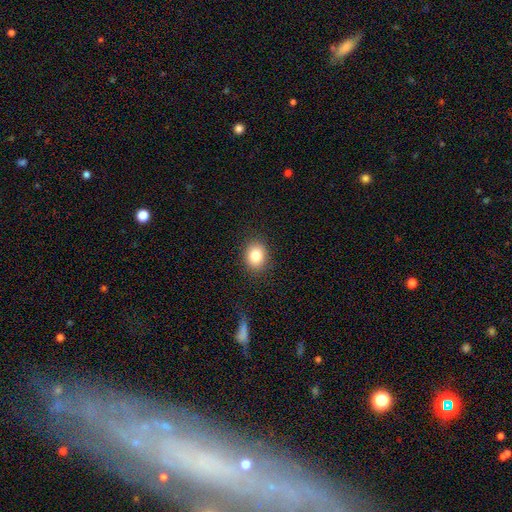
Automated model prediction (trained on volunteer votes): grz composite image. It shows a smooth galaxy with no disk features (83%) that is round (53%). Merging: none (87%).